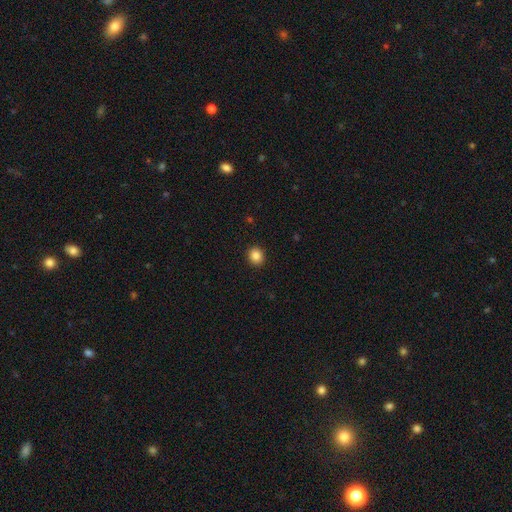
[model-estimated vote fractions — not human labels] smooth 86%, star or artifact 10%, featured or disk 4%. Down the decision tree: how rounded — round (81%); merging — none (92%).